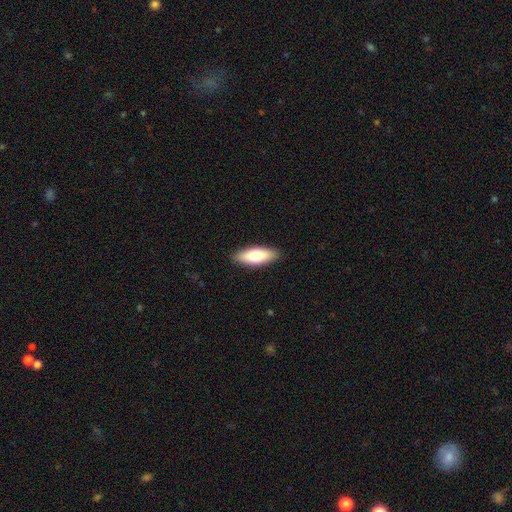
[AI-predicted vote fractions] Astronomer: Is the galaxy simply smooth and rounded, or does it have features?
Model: smooth — 73%.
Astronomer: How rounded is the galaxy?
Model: in between — 67%.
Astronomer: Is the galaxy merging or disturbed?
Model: none — 90%.